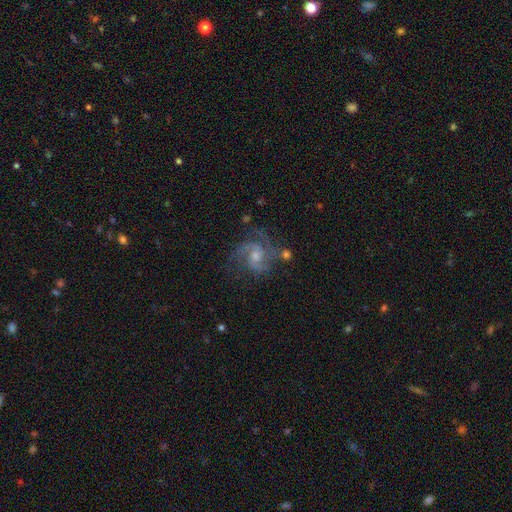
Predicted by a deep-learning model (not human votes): Overall: featured or disk (85%). Edge-on disk: no (98%). Bar: no (53%; weak 39%). Spiral arms: yes (97%). Spiral arm count: 2 (52%; 3 27%). Spiral winding: medium (56%; tight 29%). Bulge size: moderate (47%; small 45%). Merging: none (68%).